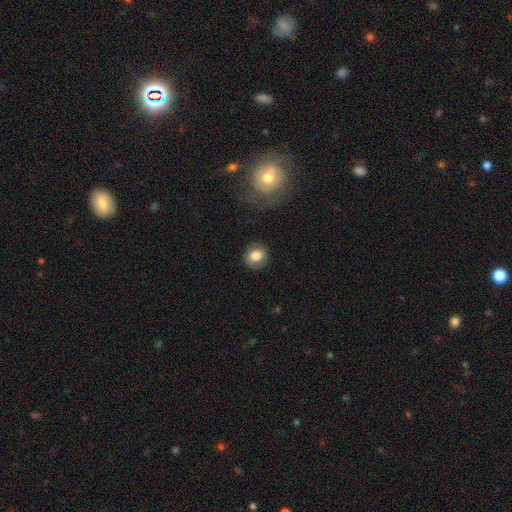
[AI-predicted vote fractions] Overall: smooth (83%). How rounded: round (79%). Merging: none (87%).